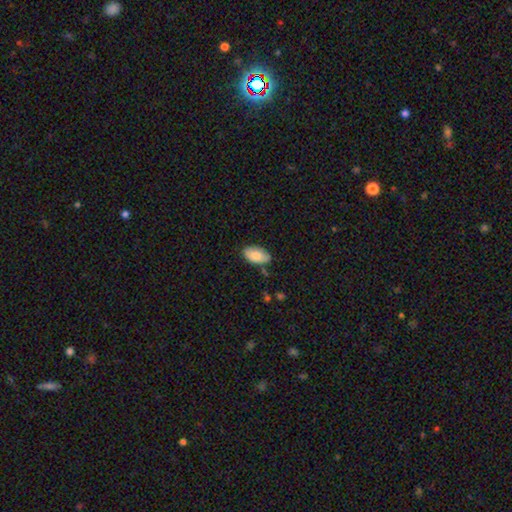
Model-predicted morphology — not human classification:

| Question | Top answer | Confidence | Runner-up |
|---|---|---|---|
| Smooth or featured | smooth | 85% | featured or disk (9%) |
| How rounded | in between | 95% | round (3%) |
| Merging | none | 77% | minor disturbance (18%) |